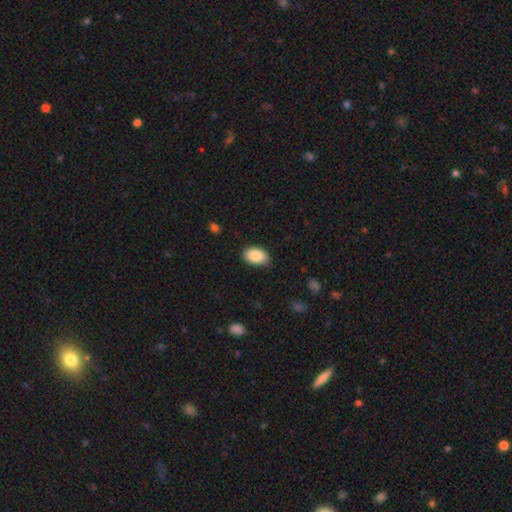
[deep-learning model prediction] smooth-or-featured: smooth: 88% | star or artifact: 7% | featured or disk: 5%
  how-rounded: in between: 91% | round: 7% | cigar-shaped: 1%
  merging: none: 83% | minor disturbance: 14% | major disturbance: 2% | merger: 1%